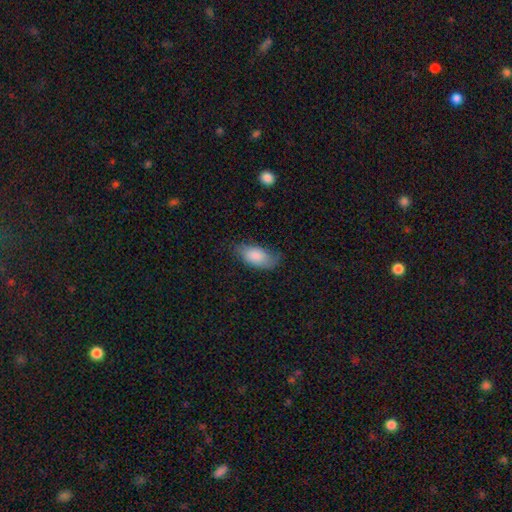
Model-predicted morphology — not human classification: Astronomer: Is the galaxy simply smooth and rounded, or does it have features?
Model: smooth — 81%.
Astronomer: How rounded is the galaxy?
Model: in between — 92%.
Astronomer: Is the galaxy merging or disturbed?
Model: none — 63%.